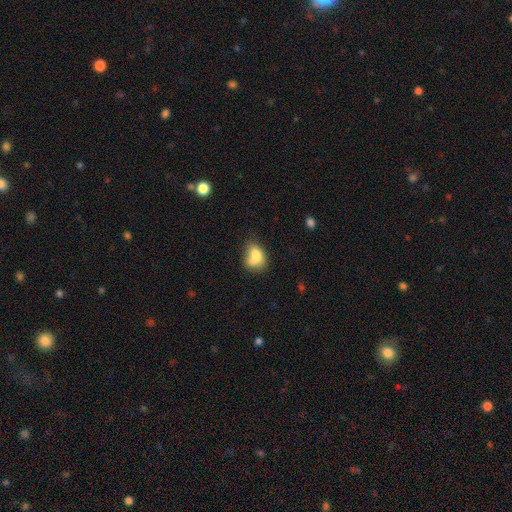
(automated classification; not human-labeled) Morphology: type=smooth (74%); roundness=in between (65%); merging=merger (39%).